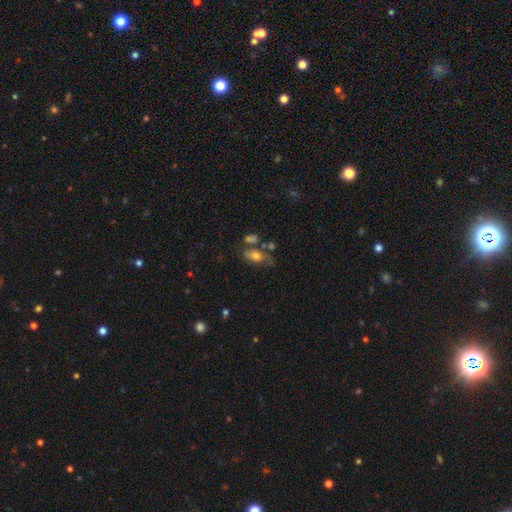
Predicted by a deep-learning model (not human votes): Q: Smooth or featured?
A: smooth (66%); runner-up: featured or disk (25%)
Q: How rounded?
A: in between (85%); runner-up: round (11%)
Q: Merging?
A: none (44%); runner-up: minor disturbance (22%)